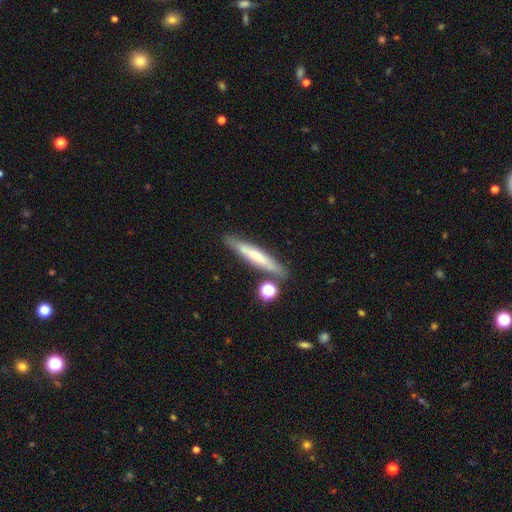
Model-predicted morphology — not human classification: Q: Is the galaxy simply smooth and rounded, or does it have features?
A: smooth — 51%.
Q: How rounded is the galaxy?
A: cigar-shaped — 92%.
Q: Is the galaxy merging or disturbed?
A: none — 77%.